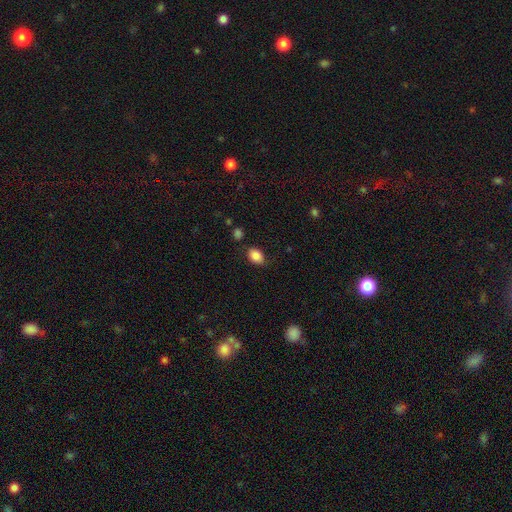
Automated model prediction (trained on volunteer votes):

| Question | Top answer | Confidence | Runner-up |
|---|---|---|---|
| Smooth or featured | smooth | 86% | star or artifact (9%) |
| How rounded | in between | 77% | round (22%) |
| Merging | none | 77% | minor disturbance (16%) |